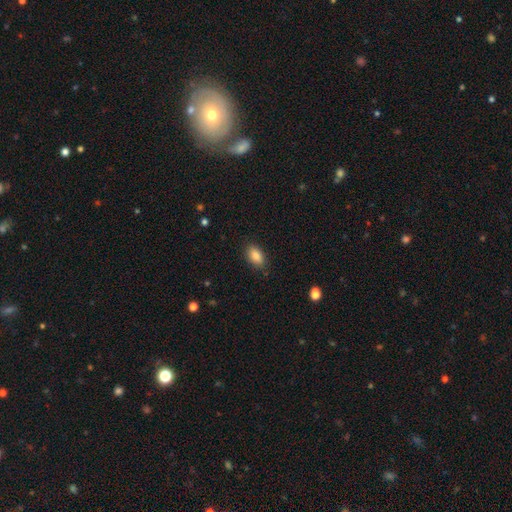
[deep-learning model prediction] smooth_or_featured: smooth (p=0.86) [alt: star or artifact p=0.08]
how_rounded: in between (p=0.90) [alt: round p=0.07]
merging: none (p=0.86) [alt: minor disturbance p=0.11]